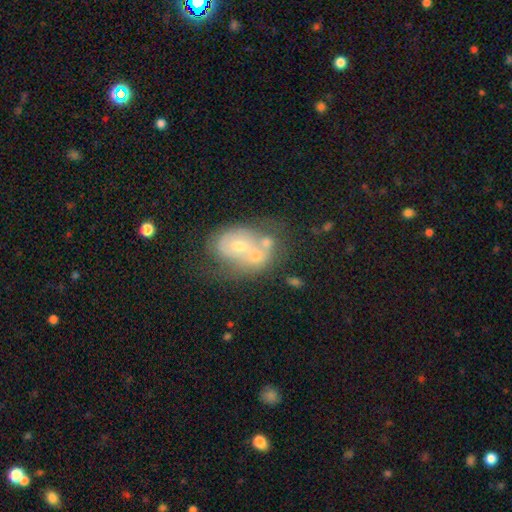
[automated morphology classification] Overall: featured or disk (52%; smooth 38%). Edge-on disk: no (96%). Bar: no (83%). Spiral arms: no (72%). Bulge size: moderate (49%; small 39%). Merging: merger (53%; none 21%).